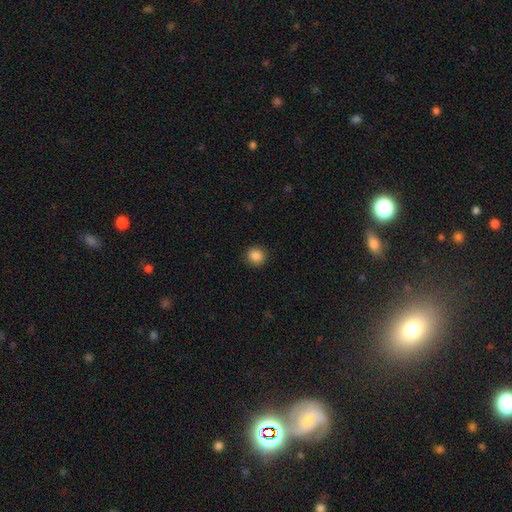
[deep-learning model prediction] Smooth or featured: smooth — 87% (star or artifact — 10%)
How rounded: round — 87% (in between — 12%)
Merging: none — 90% (minor disturbance — 7%)